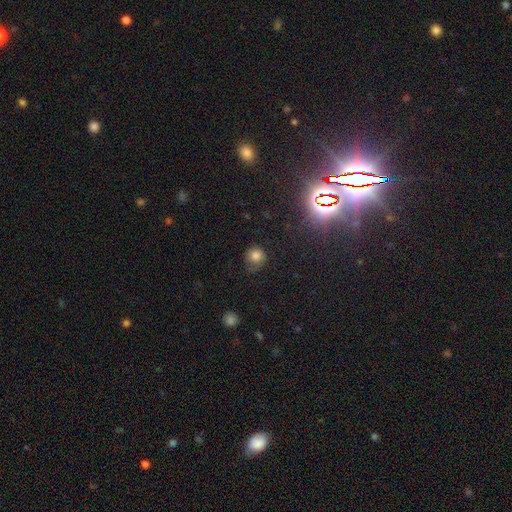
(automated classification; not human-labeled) Smooth or featured? smooth (76%)
How rounded? round (85%)
Merging? none (60%)